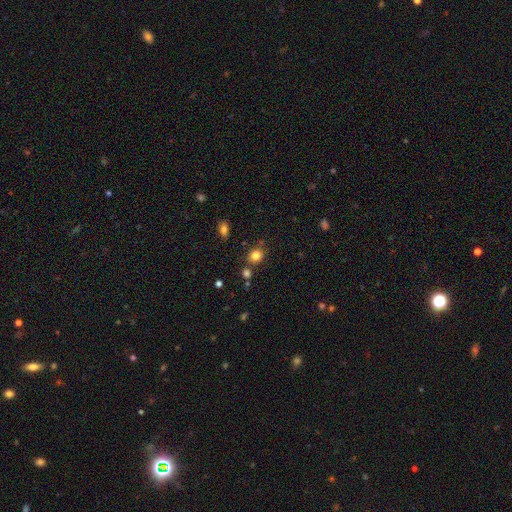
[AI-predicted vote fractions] Smooth or featured?
  - smooth: 82% *
  - star or artifact: 12%
  - featured or disk: 6%
How rounded?
  - round: 73% *
  - in between: 26%
  - cigar-shaped: 1%
Merging?
  - none: 78% *
  - minor disturbance: 10%
  - merger: 9%
  - major disturbance: 3%